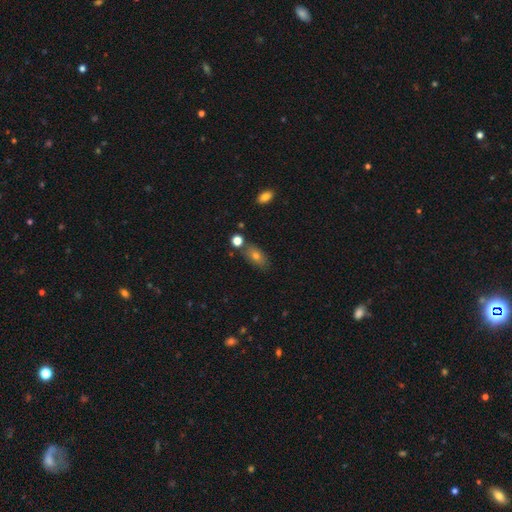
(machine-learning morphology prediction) Smooth or featured? Predicted: smooth (p=0.69). How rounded? Predicted: in between (p=0.81). Merging? Predicted: none (p=0.77).